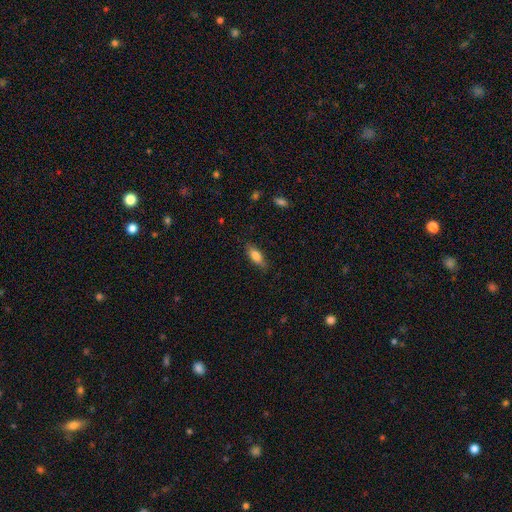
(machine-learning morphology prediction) This appears to be a smooth galaxy with no disk features (78%) that is in between round and cigar-shaped (70%). Merging: none (80%).